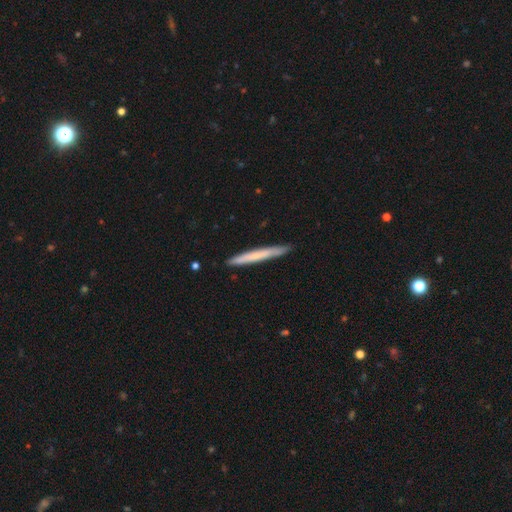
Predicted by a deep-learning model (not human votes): Overall: smooth (59%; featured or disk 36%). How rounded: cigar-shaped (97%). Merging: none (90%).